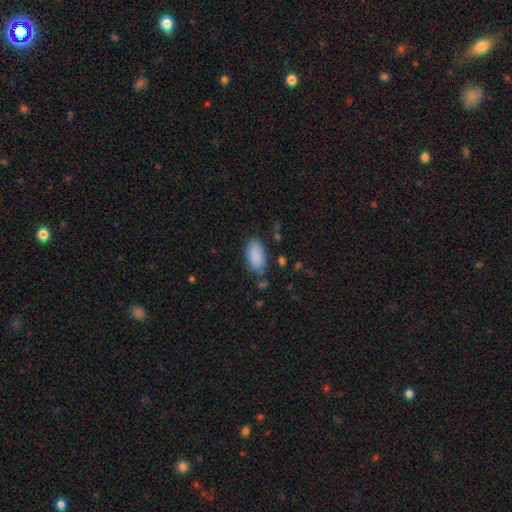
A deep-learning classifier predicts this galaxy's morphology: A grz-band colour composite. It shows a smooth galaxy with no disk features (89%) that is in between round and cigar-shaped (94%). Merging: none (77%).